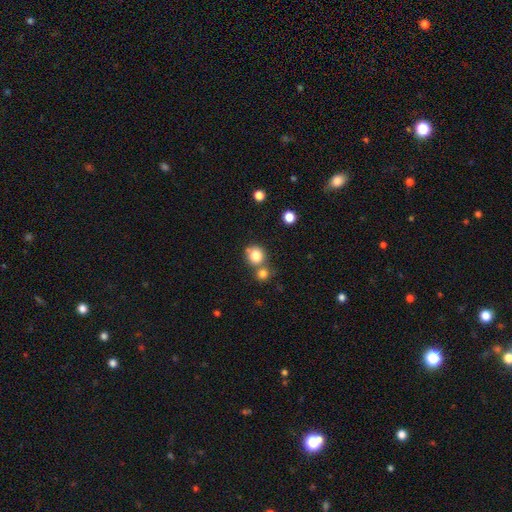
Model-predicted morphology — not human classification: This appears to be a smooth galaxy with no disk features (81%) that is round (86%). Merging: none (57%).